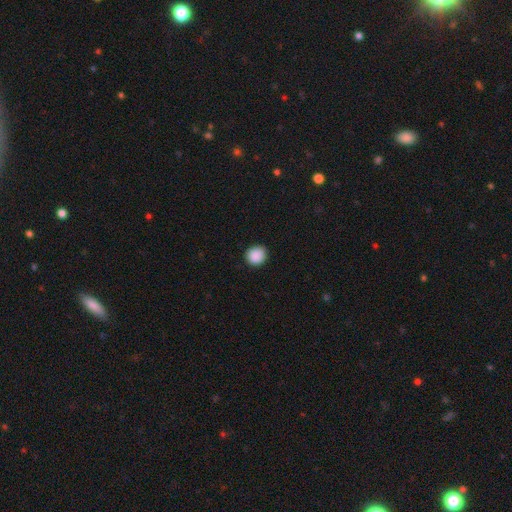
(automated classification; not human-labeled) Smooth or featured? Predicted: smooth (p=0.90). How rounded? Predicted: round (p=0.86). Merging? Predicted: none (p=0.90).